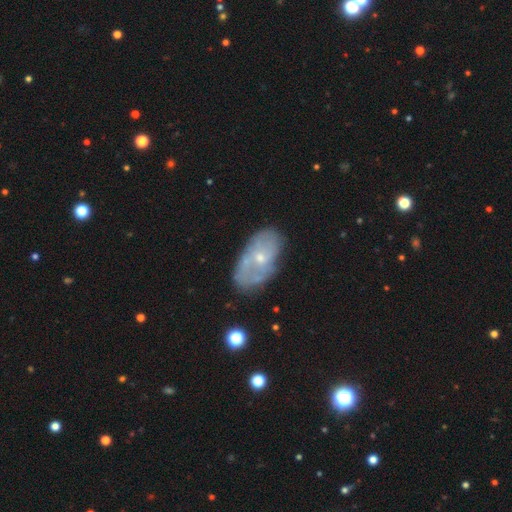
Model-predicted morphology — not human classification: Smooth or featured? Predicted: featured or disk (p=0.60). Edge-on disk? Predicted: no (p=0.89). Bar? Predicted: no (p=0.76). Spiral arms? Predicted: yes (p=0.57). Bulge size? Predicted: small (p=0.68). Merging? Predicted: none (p=0.71).